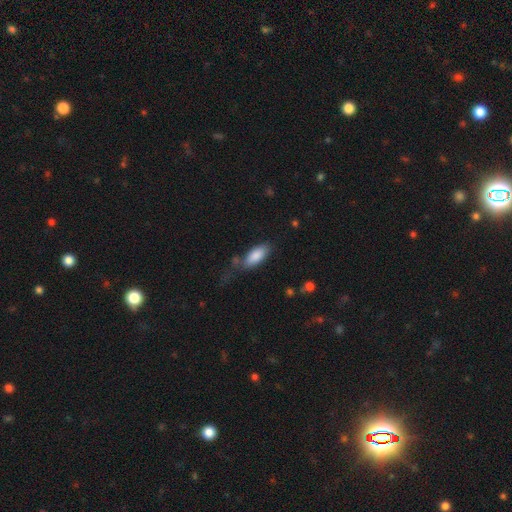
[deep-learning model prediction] Morphology: type=smooth (85%); roundness=in between (85%); merging=none (53%).